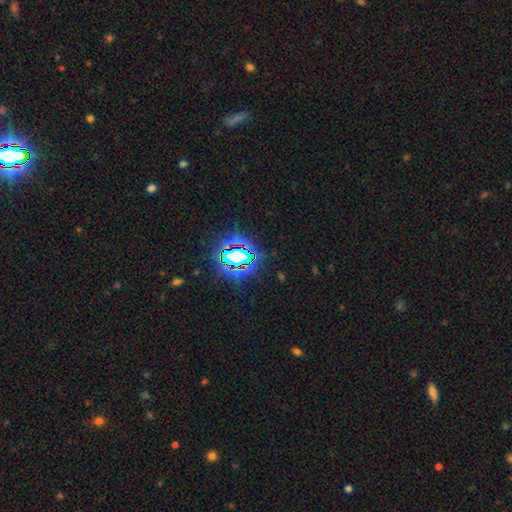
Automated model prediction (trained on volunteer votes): Overall: star or artifact (78%).